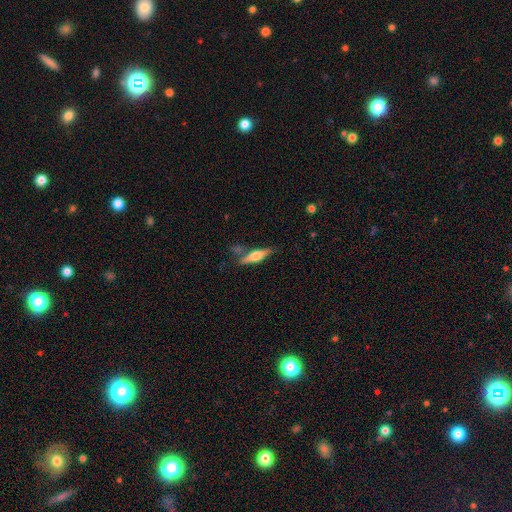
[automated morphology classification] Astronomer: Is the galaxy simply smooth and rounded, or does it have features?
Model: featured or disk — 54% (runner-up: smooth, 40%).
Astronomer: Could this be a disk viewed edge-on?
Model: yes — 94%.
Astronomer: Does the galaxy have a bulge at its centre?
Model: rounded — 90%.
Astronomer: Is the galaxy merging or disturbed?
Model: none — 73%.